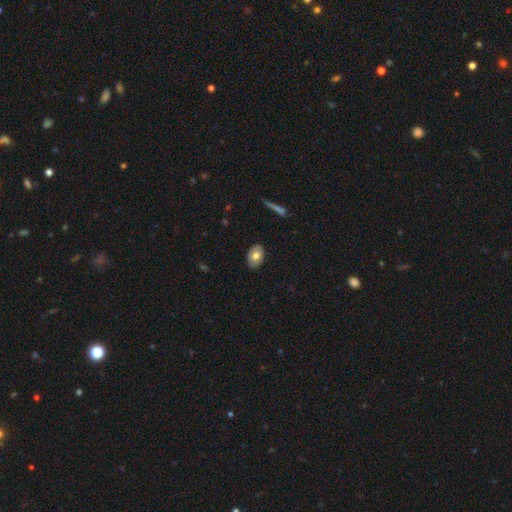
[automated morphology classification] smooth-or-featured: smooth: 72% | featured or disk: 21% | star or artifact: 7%
  how-rounded: in between: 87% | round: 11% | cigar-shaped: 1%
  merging: none: 86% | minor disturbance: 11% | major disturbance: 2% | merger: 1%